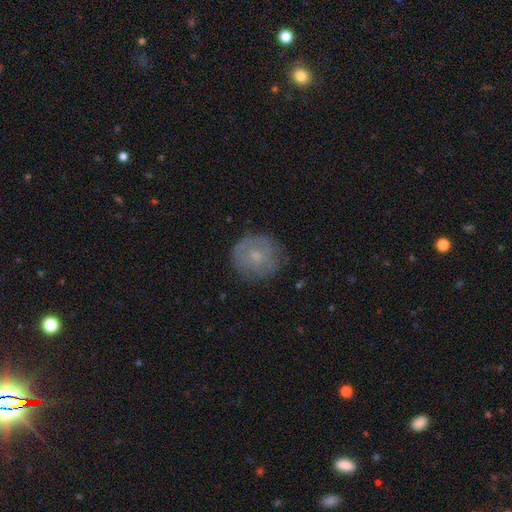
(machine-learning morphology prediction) A smooth galaxy with no disk features (58%) that is round (90%).

Vote fractions:
- Smooth or featured? smooth: 58% / featured or disk: 34% / star or artifact: 9%
- How rounded? round: 90% / in between: 9% / cigar-shaped: 1%
- Merging? none: 79% / minor disturbance: 15% / major disturbance: 5% / merger: 1%